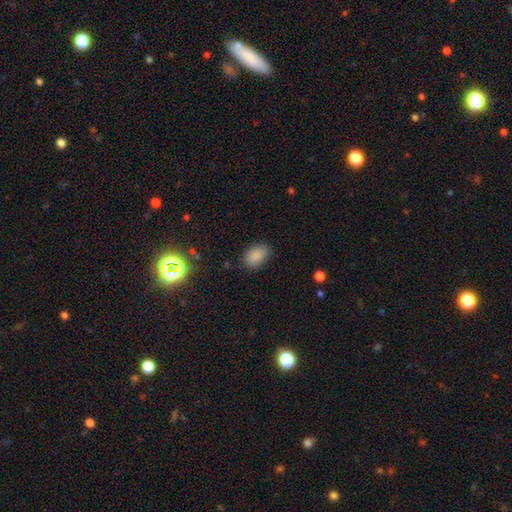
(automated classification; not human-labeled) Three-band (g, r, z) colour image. It shows a smooth galaxy with no disk features (85%) that is in between round and cigar-shaped (86%). Merging: none (78%).